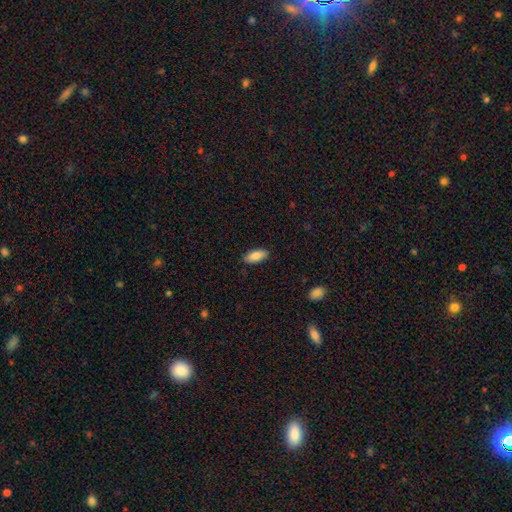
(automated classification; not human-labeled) Smooth or featured: smooth — 85% (featured or disk — 9%)
How rounded: in between — 87% (cigar-shaped — 11%)
Merging: none — 88% (minor disturbance — 9%)